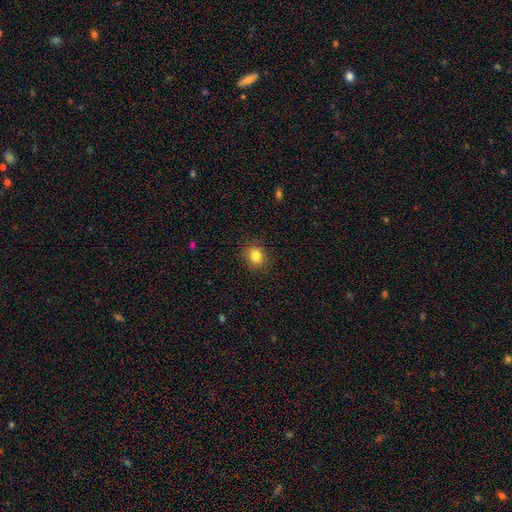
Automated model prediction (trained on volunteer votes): A smooth galaxy with no disk features (84%) that is round (62%).

Vote fractions:
- Smooth or featured? smooth: 84% / star or artifact: 10% / featured or disk: 6%
- How rounded? round: 62% / in between: 37% / cigar-shaped: 1%
- Merging? none: 89% / minor disturbance: 8% / major disturbance: 2% / merger: 1%